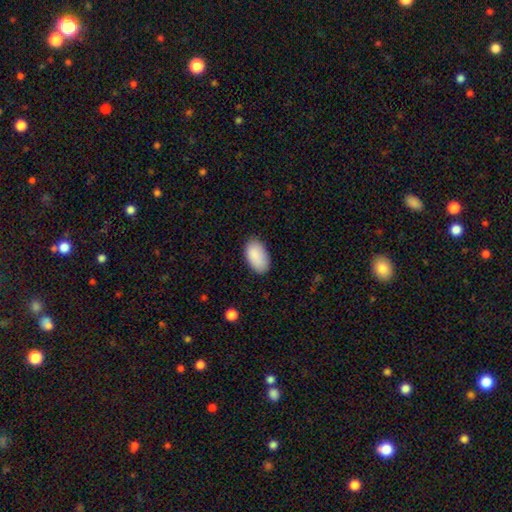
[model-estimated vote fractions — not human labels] smooth_or_featured: smooth (p=0.89) [alt: star or artifact p=0.06]
how_rounded: in between (p=0.95) [alt: round p=0.03]
merging: none (p=0.83) [alt: minor disturbance p=0.14]